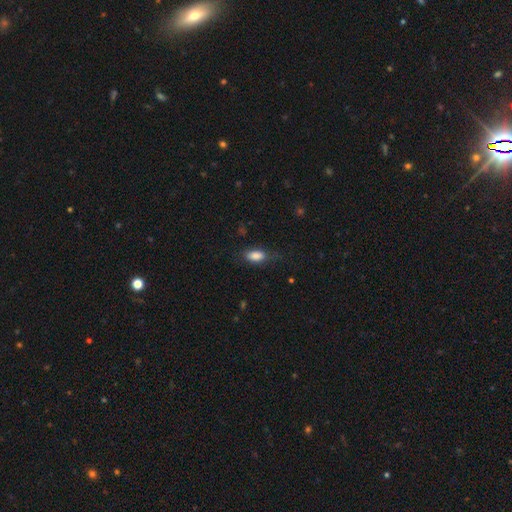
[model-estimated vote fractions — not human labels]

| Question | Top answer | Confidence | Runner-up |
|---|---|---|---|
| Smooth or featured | smooth | 84% | star or artifact (8%) |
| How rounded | in between | 86% | cigar-shaped (11%) |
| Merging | none | 70% | minor disturbance (21%) |